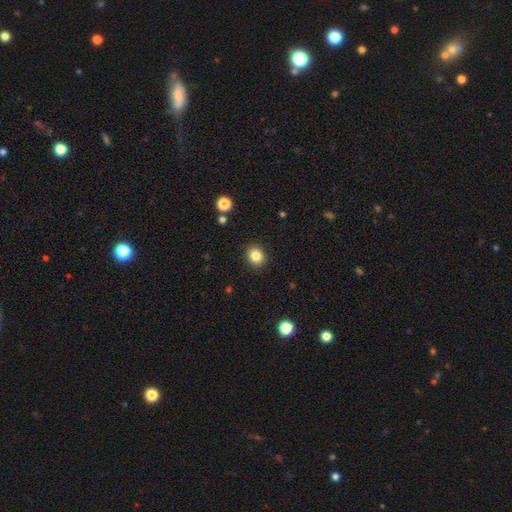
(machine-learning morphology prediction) smooth-or-featured: smooth: 83% | star or artifact: 11% | featured or disk: 6%
  how-rounded: round: 61% | in between: 38% | cigar-shaped: 1%
  merging: none: 90% | minor disturbance: 7% | major disturbance: 2% | merger: 1%